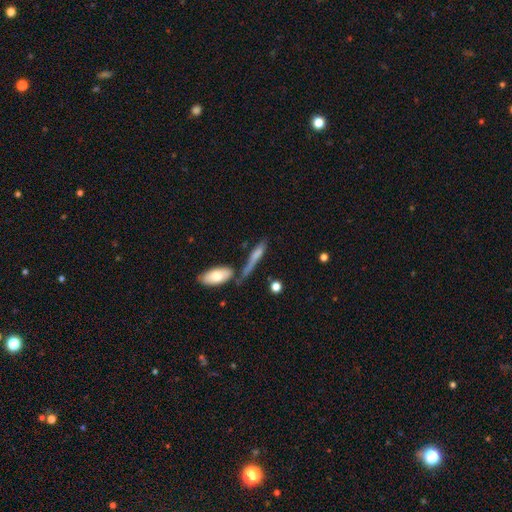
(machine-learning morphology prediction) smooth 66%, featured or disk 26%, star or artifact 8%. Down the decision tree: how rounded — cigar-shaped (73%); merging — none (49%).